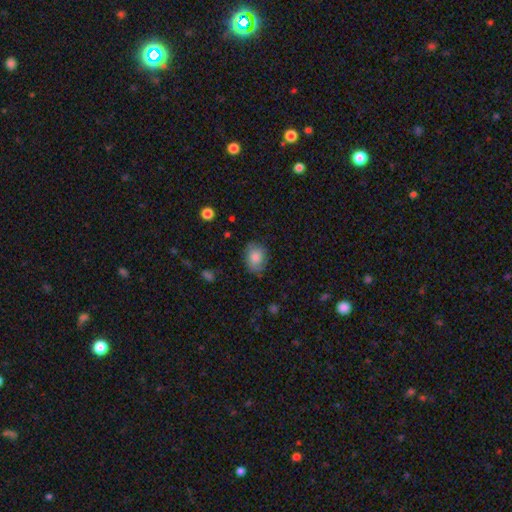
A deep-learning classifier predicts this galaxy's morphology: Q: Smooth or featured?
A: smooth (80%); runner-up: featured or disk (13%)
Q: How rounded?
A: in between (66%); runner-up: round (33%)
Q: Merging?
A: none (74%); runner-up: minor disturbance (20%)